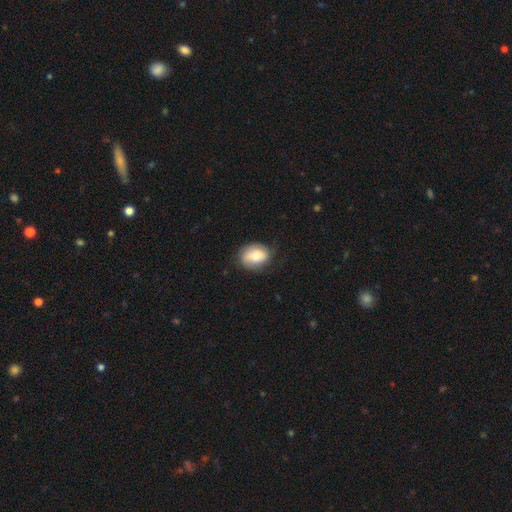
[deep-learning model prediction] This appears to be a smooth galaxy with no disk features (72%) that is in between round and cigar-shaped (63%). Merging: none (73%).